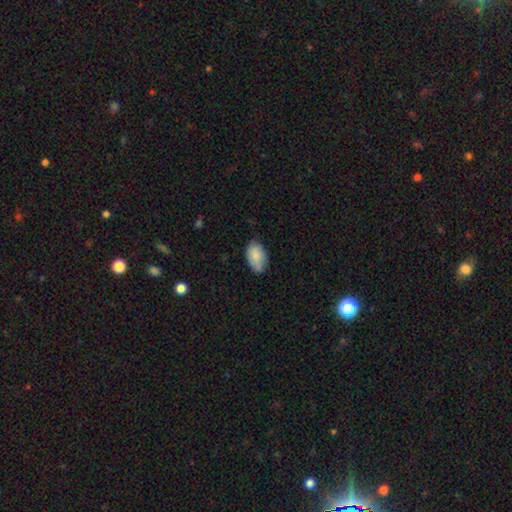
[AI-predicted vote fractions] Smooth or featured? smooth (82%)
How rounded? in between (92%)
Merging? none (71%)